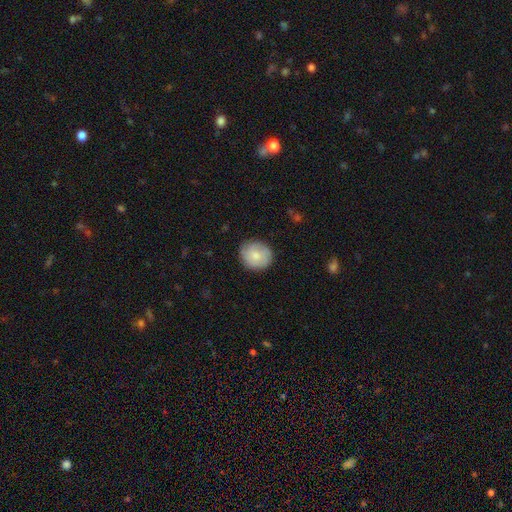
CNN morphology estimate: A smooth galaxy with no disk features (78%) that is round (81%).

Vote fractions:
- Smooth or featured? smooth: 78% / featured or disk: 16% / star or artifact: 6%
- How rounded? round: 81% / in between: 18% / cigar-shaped: 1%
- Merging? none: 84% / minor disturbance: 13% / major disturbance: 3% / merger: 1%